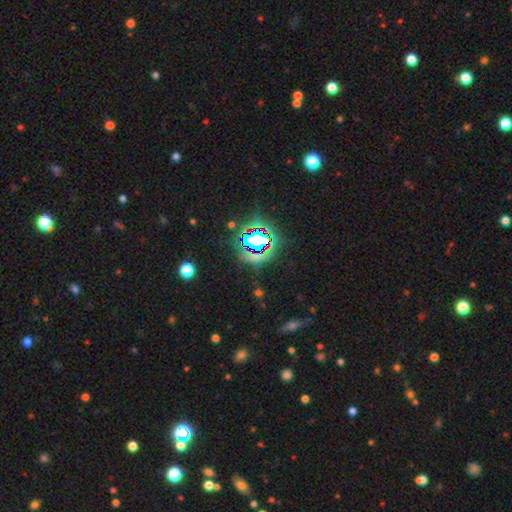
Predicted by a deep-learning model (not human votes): Smooth or featured? star or artifact (71%)